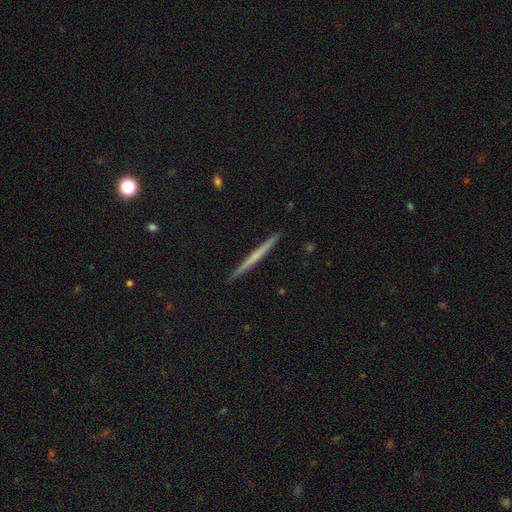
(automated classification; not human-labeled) The model was most divided on "smooth or featured": smooth: 48%, featured or disk: 46%, star or artifact: 6%. More confident: merging — none (93%).